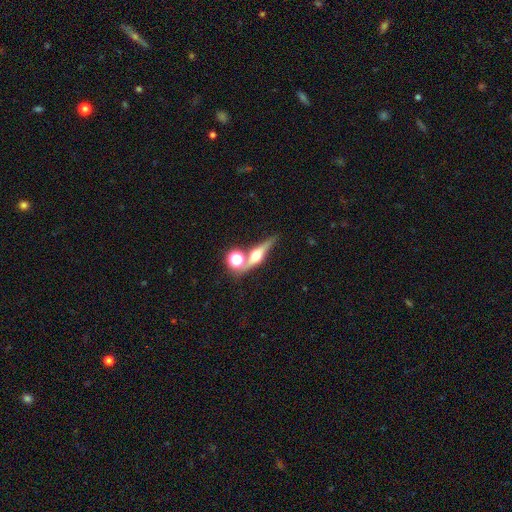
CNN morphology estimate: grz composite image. It shows a featured or disk galaxy (65%) viewed edge-on (91%) with a rounded central bulge (94%). Merging: none (67%).